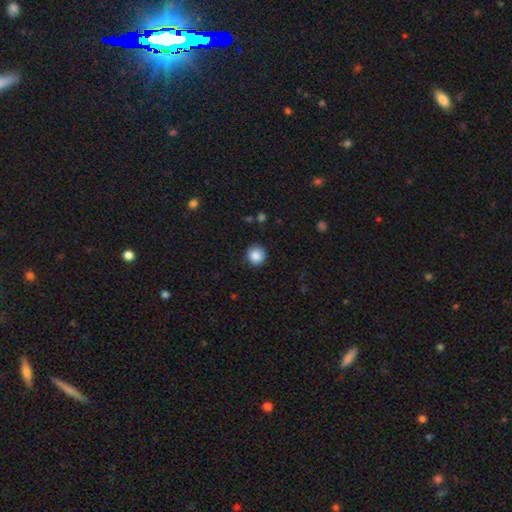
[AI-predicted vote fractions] smooth-or-featured: smooth: 87% | star or artifact: 9% | featured or disk: 4%
  how-rounded: round: 91% | in between: 8% | cigar-shaped: 1%
  merging: none: 88% | minor disturbance: 9% | major disturbance: 2% | merger: 1%